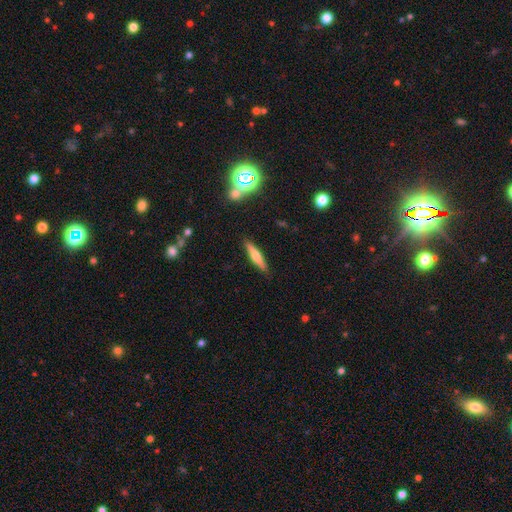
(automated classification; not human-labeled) smooth-or-featured: smooth: 55% | featured or disk: 37% | star or artifact: 8%
  how-rounded: cigar-shaped: 85% | in between: 13% | round: 2%
  merging: none: 88% | minor disturbance: 9% | major disturbance: 2% | merger: 2%